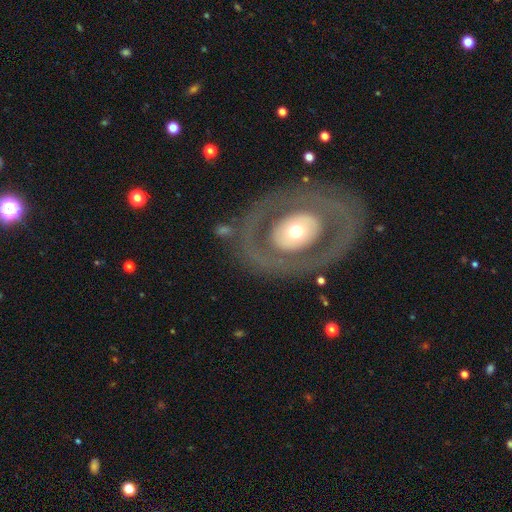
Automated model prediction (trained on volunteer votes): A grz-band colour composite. It shows a featured or disk galaxy (70%) with no bar (86%), no spiral arms (74%) and a moderate central bulge (56%). Merging: none (80%).